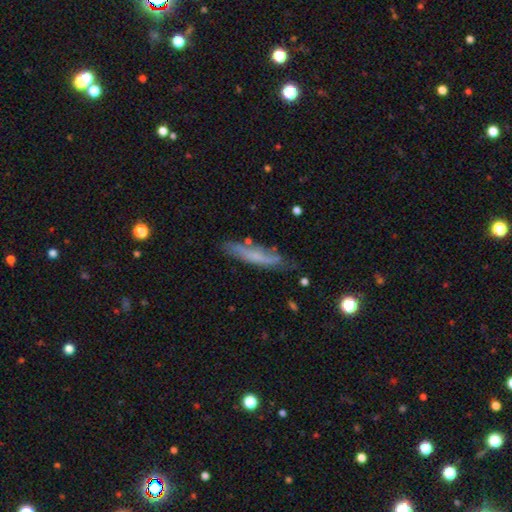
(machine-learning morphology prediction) This is possibly a smooth galaxy (51%). How rounded: clearly cigar-shaped (84%). Merging: likely none (67%).